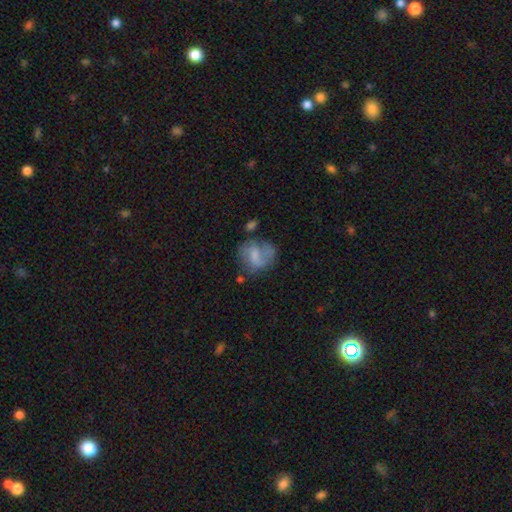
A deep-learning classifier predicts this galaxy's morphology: A smooth galaxy with no disk features (49%). Merging: none (44%).